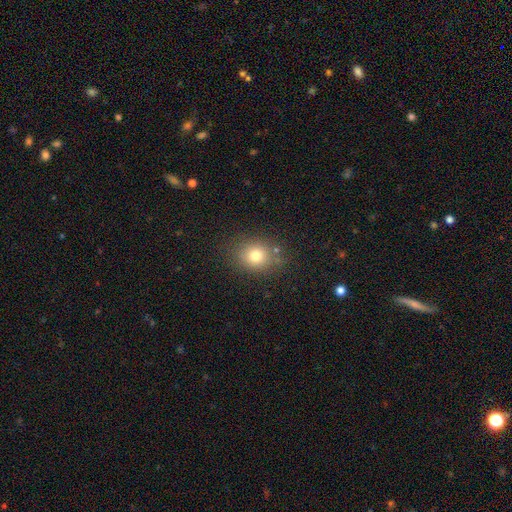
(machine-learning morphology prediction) smooth 76%, star or artifact 14%, featured or disk 10%. Down the decision tree: how rounded — round (62%); merging — none (80%).